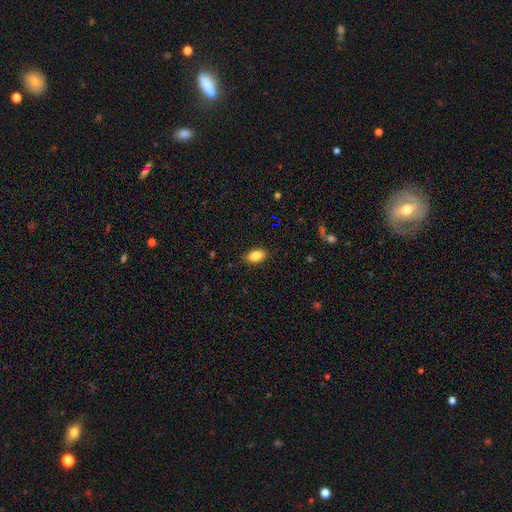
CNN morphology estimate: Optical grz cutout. It shows a smooth galaxy with no disk features (85%) that is in between round and cigar-shaped (91%). Merging: none (87%).